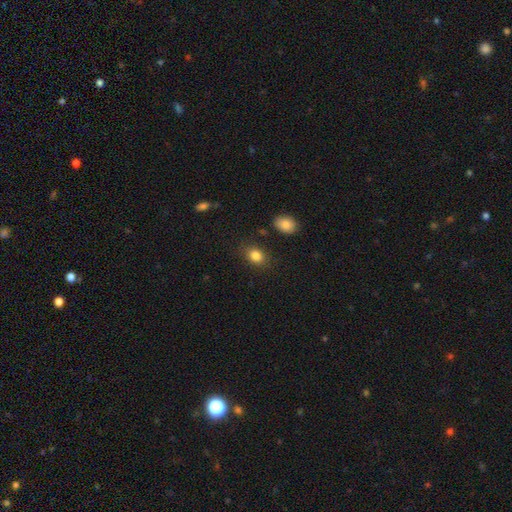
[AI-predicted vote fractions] smooth_or_featured: smooth (p=0.84) [alt: star or artifact p=0.10]
how_rounded: in between (p=0.65) [alt: round p=0.33]
merging: none (p=0.82) [alt: minor disturbance p=0.12]